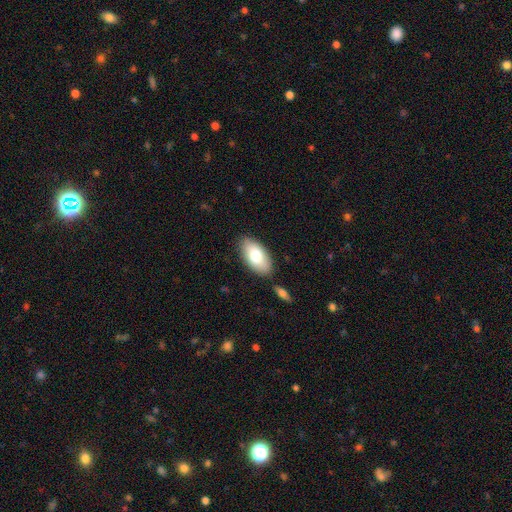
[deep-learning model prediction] Q: Smooth or featured?
A: smooth (77%); runner-up: featured or disk (17%)
Q: How rounded?
A: in between (94%); runner-up: round (3%)
Q: Merging?
A: none (80%); runner-up: minor disturbance (12%)